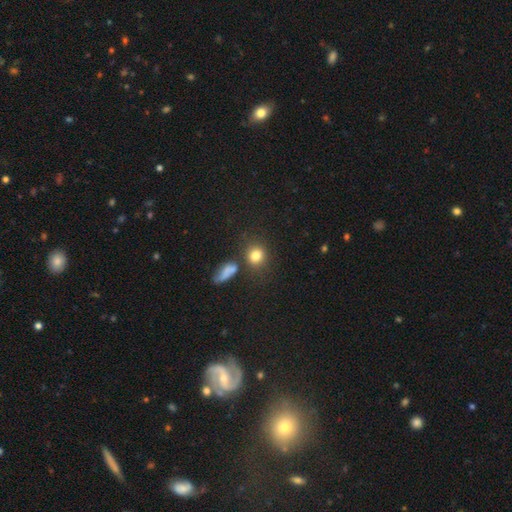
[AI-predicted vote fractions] The model was most divided on "how rounded": round: 76%, in between: 22%, cigar-shaped: 2%. More confident: smooth or featured — smooth (80%); merging — none (70%).